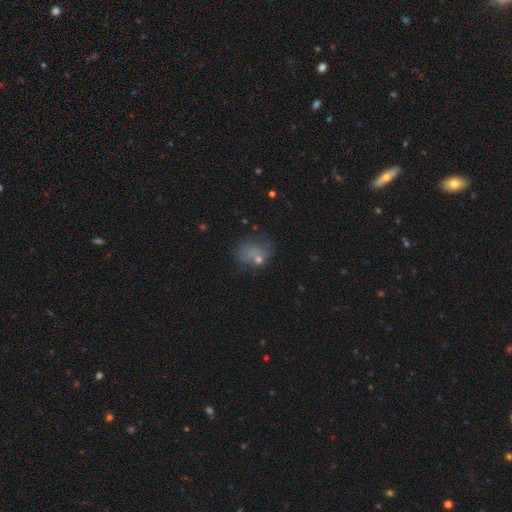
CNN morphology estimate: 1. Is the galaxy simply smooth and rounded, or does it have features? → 63% smooth, 20% featured or disk, 17% star or artifact.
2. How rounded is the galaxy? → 54% in between, 44% round, 1% cigar-shaped.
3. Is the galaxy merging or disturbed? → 38% none, 27% major disturbance, 25% minor disturbance, 10% merger.